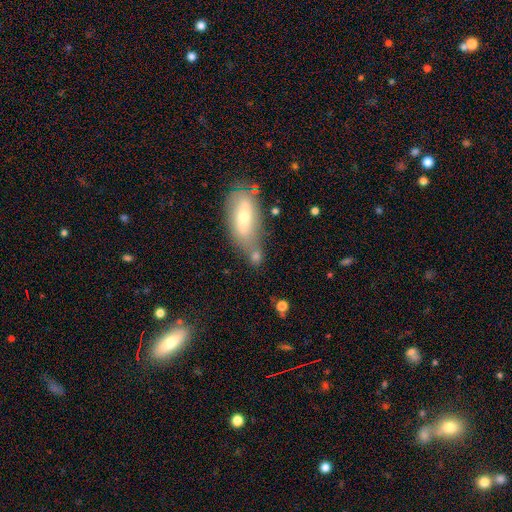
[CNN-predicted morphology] The model was most divided on "merging": none: 48%, merger: 32%, minor disturbance: 13%, major disturbance: 7%. More confident: smooth or featured — smooth (68%); how rounded — in between (60%).